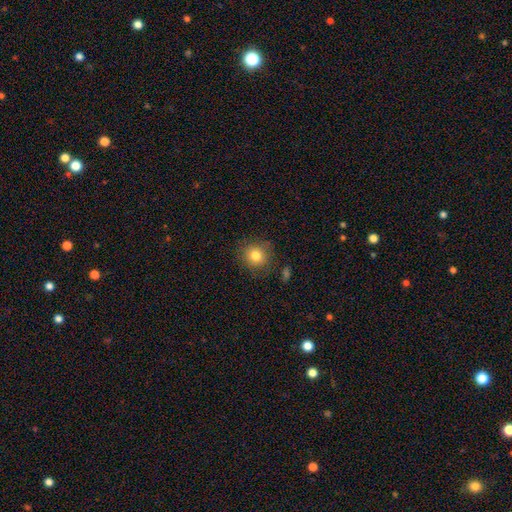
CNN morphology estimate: A smooth galaxy with no disk features (81%) that is round (89%). Merging: none (85%).